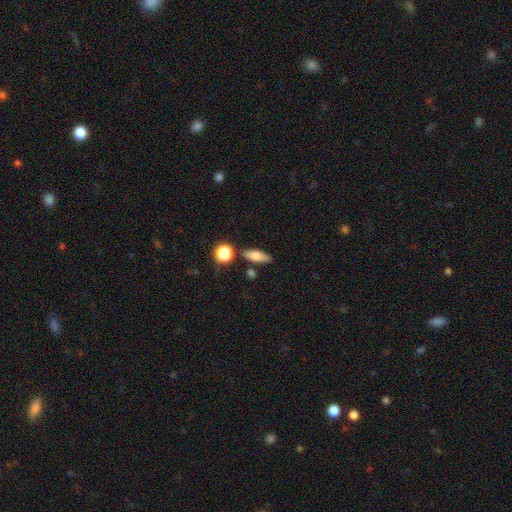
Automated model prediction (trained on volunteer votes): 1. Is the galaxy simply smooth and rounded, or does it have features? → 76% smooth, 15% featured or disk, 9% star or artifact.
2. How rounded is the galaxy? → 64% in between, 29% cigar-shaped, 7% round.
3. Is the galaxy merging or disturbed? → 78% none, 13% minor disturbance, 6% merger, 3% major disturbance.